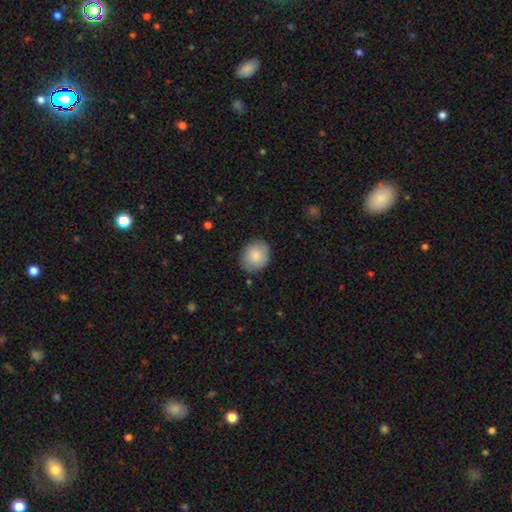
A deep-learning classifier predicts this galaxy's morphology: Q: Smooth or featured?
A: smooth (84%); runner-up: featured or disk (9%)
Q: How rounded?
A: round (64%); runner-up: in between (35%)
Q: Merging?
A: none (83%); runner-up: minor disturbance (13%)